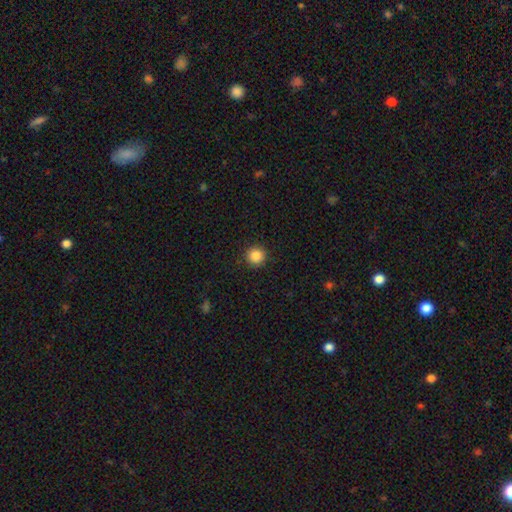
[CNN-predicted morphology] The model was most divided on "smooth or featured": smooth: 86%, star or artifact: 10%, featured or disk: 4%. More confident: how rounded — round (95%); merging — none (92%).